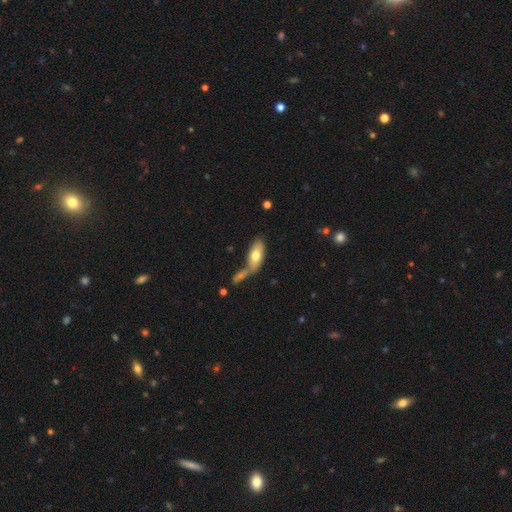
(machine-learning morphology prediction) Smooth or featured? Predicted: smooth (p=0.70). How rounded? Predicted: in between (p=0.85). Merging? Predicted: none (p=0.41).